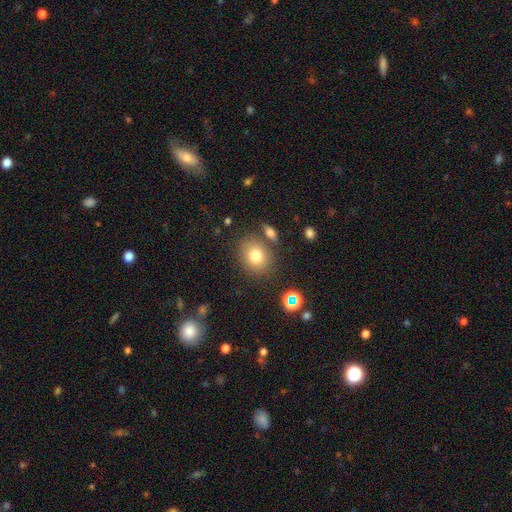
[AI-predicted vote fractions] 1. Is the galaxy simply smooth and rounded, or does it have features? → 77% smooth, 12% star or artifact, 11% featured or disk.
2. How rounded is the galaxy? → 63% round, 35% in between, 1% cigar-shaped.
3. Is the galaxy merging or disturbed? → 76% none, 11% minor disturbance, 9% merger, 4% major disturbance.